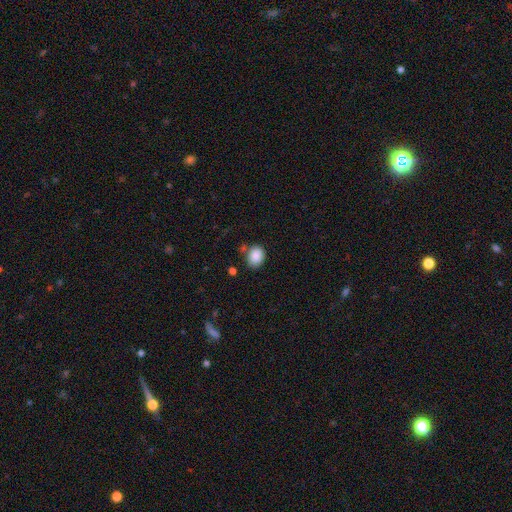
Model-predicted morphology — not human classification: Overall: smooth (88%). How rounded: in between (61%; round 38%). Merging: none (73%).